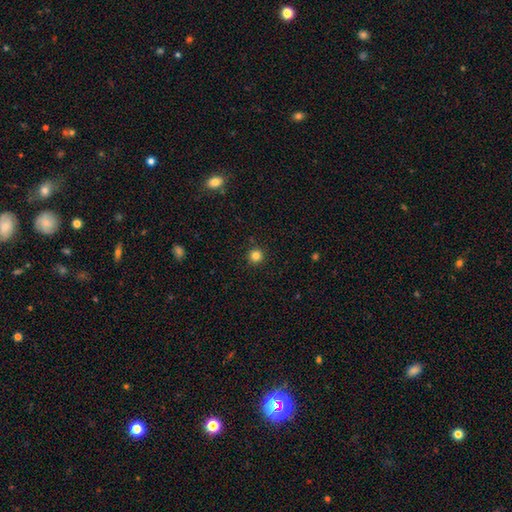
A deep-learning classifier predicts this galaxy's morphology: A smooth galaxy with no disk features (83%) that is round (95%). Merging: none (92%).